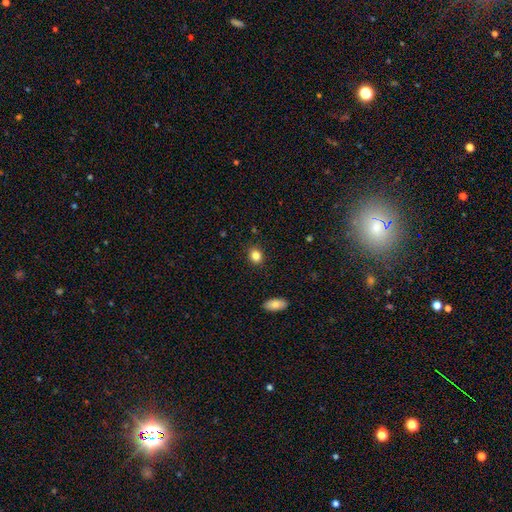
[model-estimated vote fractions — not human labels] Smooth or featured: smooth — 84% (star or artifact — 10%)
How rounded: round — 65% (in between — 34%)
Merging: none — 89% (minor disturbance — 7%)